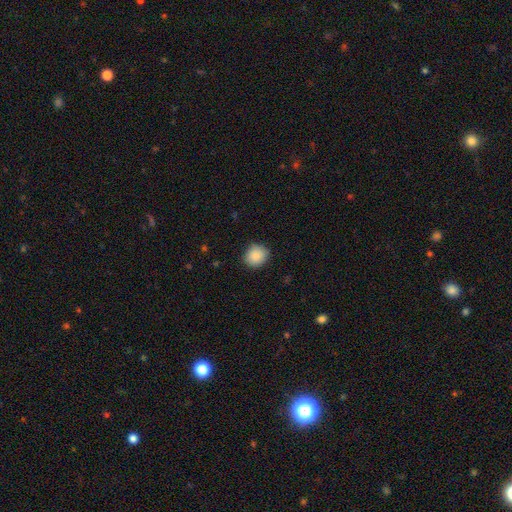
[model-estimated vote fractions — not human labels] A smooth galaxy with no disk features (88%) that is round (77%). Merging: none (87%).